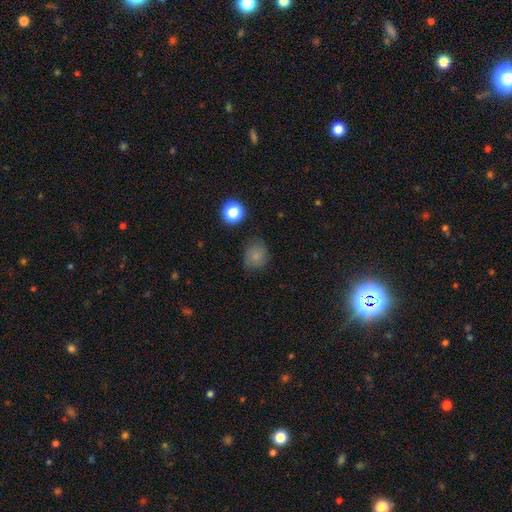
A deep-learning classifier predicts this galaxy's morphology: This appears to be a smooth galaxy with no disk features (78%) that is round (79%). Merging: none (78%).